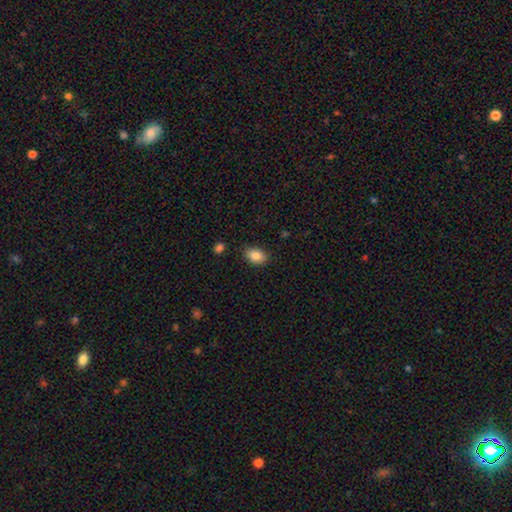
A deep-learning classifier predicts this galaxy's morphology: Smooth or featured? Predicted: smooth (p=0.87). How rounded? Predicted: in between (p=0.85). Merging? Predicted: none (p=0.86).